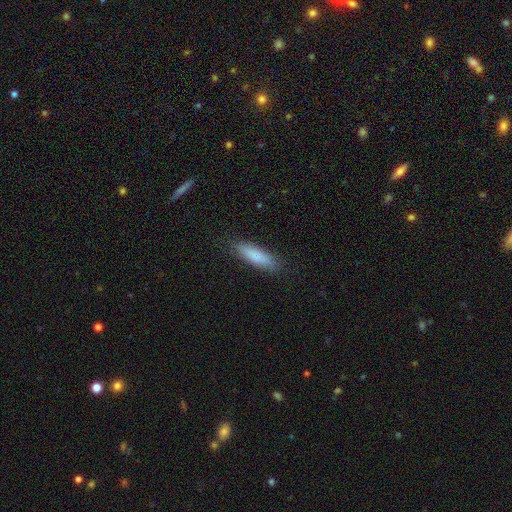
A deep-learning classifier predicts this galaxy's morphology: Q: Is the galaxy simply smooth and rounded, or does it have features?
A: smooth — 83%.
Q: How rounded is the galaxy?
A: cigar-shaped — 64%.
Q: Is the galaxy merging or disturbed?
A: none — 85%.